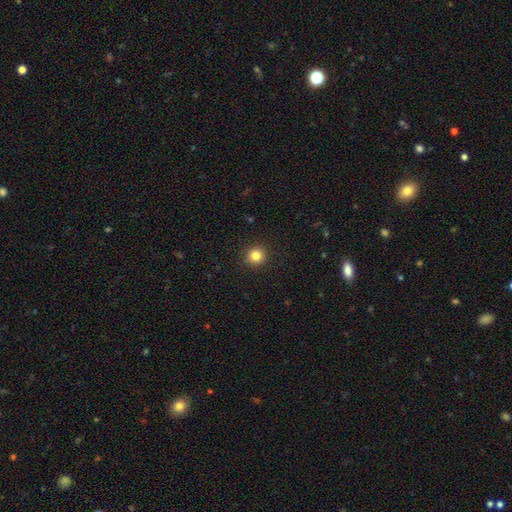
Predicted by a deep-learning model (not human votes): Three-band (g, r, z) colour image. It shows a smooth galaxy with no disk features (83%) that is round (94%). Merging: none (92%).